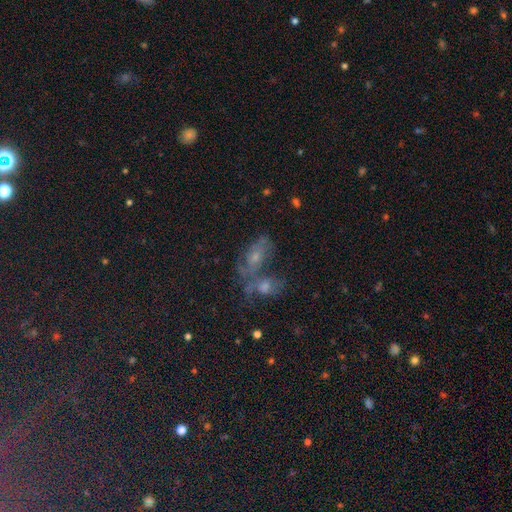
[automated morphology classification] smooth-or-featured: featured or disk: 49% | smooth: 34% | star or artifact: 17%
  merging: merger: 48% | none: 27% | minor disturbance: 13% | major disturbance: 12%